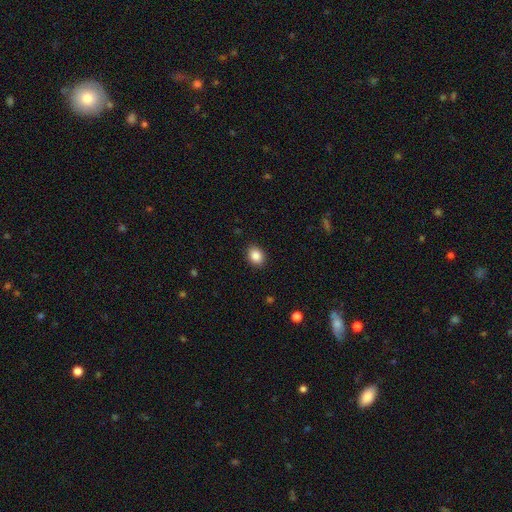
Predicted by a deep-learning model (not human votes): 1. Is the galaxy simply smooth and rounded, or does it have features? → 87% smooth, 9% star or artifact, 4% featured or disk.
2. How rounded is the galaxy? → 53% in between, 46% round, 1% cigar-shaped.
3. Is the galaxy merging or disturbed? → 89% none, 8% minor disturbance, 2% major disturbance, 1% merger.